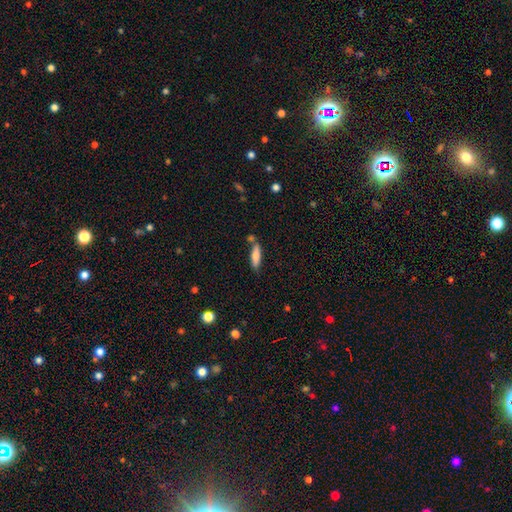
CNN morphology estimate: A smooth galaxy with no disk features (76%) that is cigar-shaped (62%). Merging: none (64%).